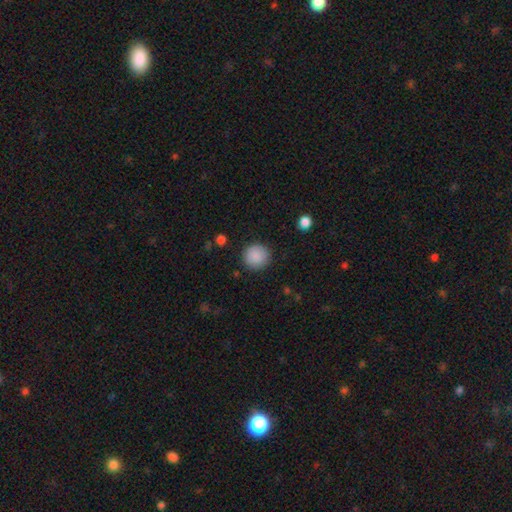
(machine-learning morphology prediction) Overall: smooth (89%). How rounded: round (94%). Merging: none (89%).